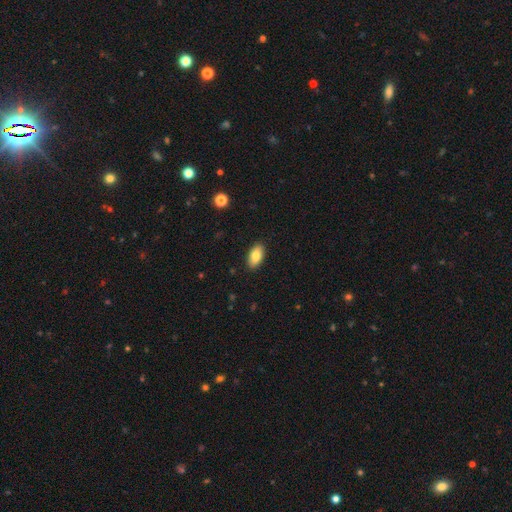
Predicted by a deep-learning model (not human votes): This is clearly a smooth galaxy (84%). How rounded: clearly in between (94%). Merging: clearly none (89%).